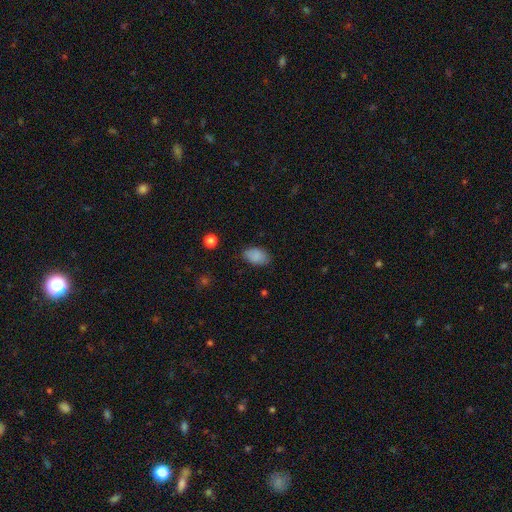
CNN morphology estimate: Smooth or featured: smooth — 86% (star or artifact — 9%)
How rounded: in between — 89% (round — 10%)
Merging: none — 78% (minor disturbance — 17%)